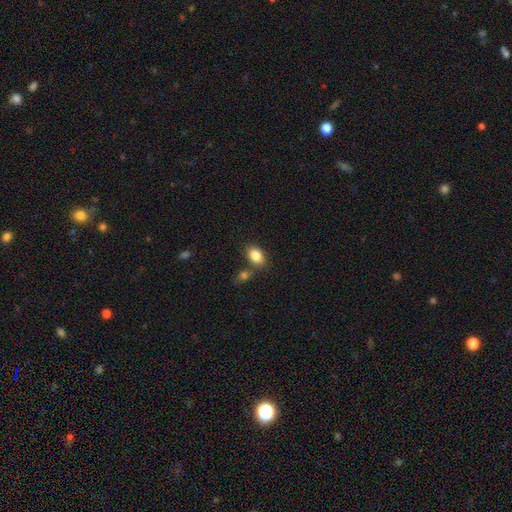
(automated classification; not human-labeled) Smooth or featured? smooth (85%)
How rounded? in between (83%)
Merging? none (68%)